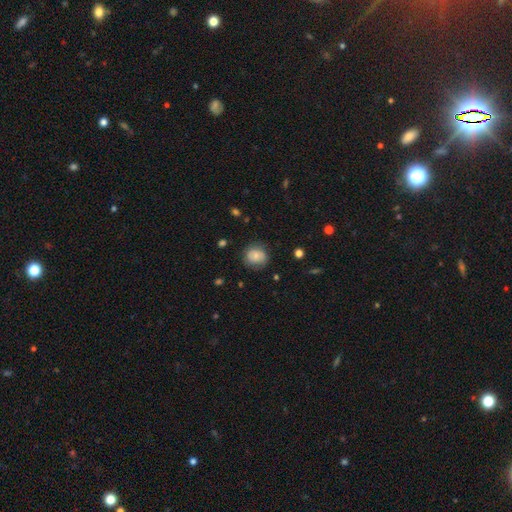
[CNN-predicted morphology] smooth_or_featured: smooth (p=0.66) [alt: featured or disk p=0.25]
how_rounded: round (p=0.79) [alt: in between p=0.20]
merging: none (p=0.73) [alt: minor disturbance p=0.19]